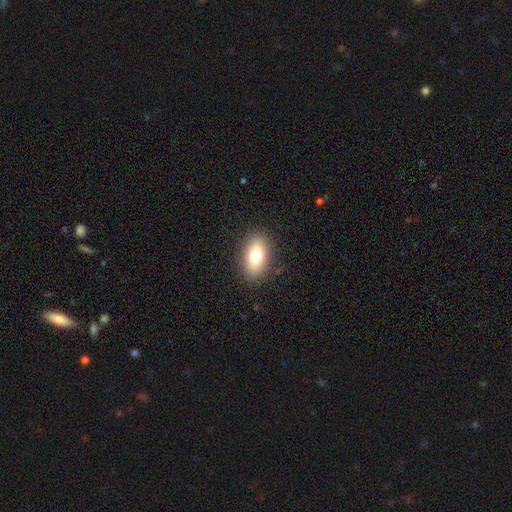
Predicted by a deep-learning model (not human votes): Q: Smooth or featured?
A: smooth (74%); runner-up: featured or disk (17%)
Q: How rounded?
A: in between (88%); runner-up: round (8%)
Q: Merging?
A: none (88%); runner-up: minor disturbance (9%)